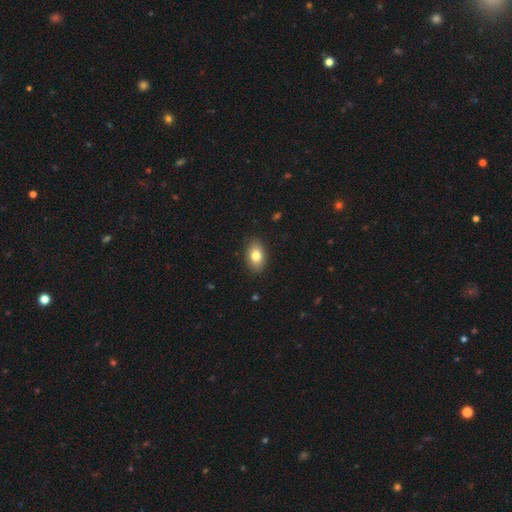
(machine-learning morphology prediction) A smooth galaxy with no disk features (80%) that is in between round and cigar-shaped (88%).

Vote fractions:
- Smooth or featured? smooth: 80% / featured or disk: 12% / star or artifact: 8%
- How rounded? in between: 88% / round: 10% / cigar-shaped: 2%
- Merging? none: 88% / minor disturbance: 9% / major disturbance: 2% / merger: 1%